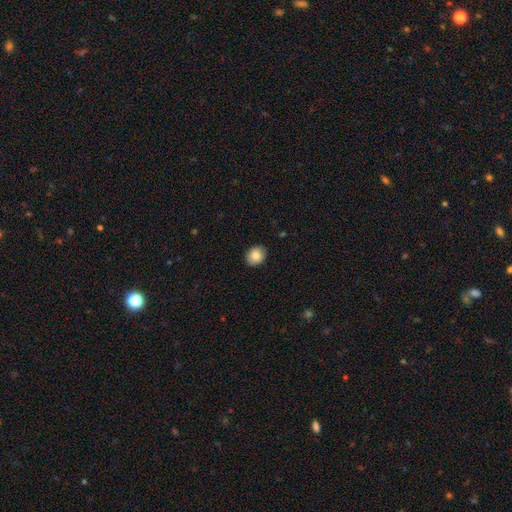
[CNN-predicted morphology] Smooth or featured? Predicted: smooth (p=0.85). How rounded? Predicted: round (p=0.52). Merging? Predicted: none (p=0.89).